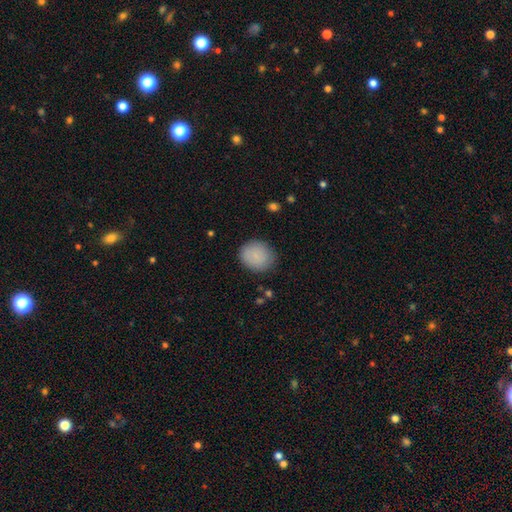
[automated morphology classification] A smooth galaxy with no disk features (85%) that is round (75%). Merging: none (84%).